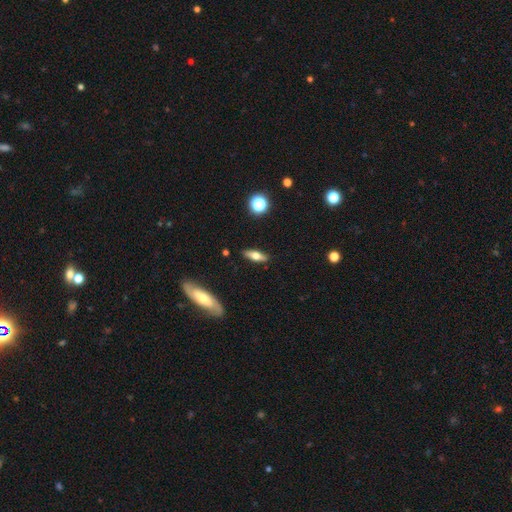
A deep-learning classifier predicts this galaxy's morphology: Smooth or featured? smooth (56%)
How rounded? in between (53%)
Merging? none (86%)